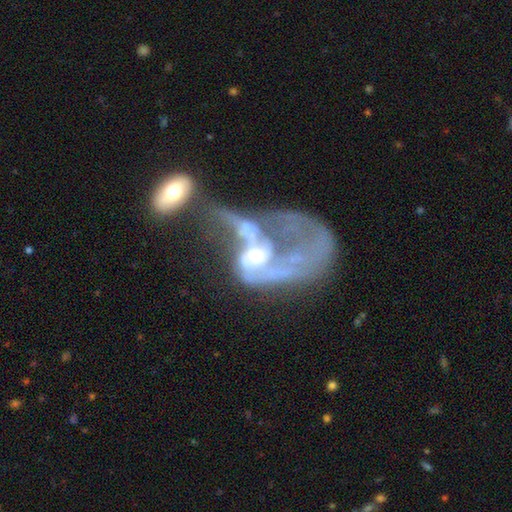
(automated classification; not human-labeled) Q: Smooth or featured?
A: featured or disk (78%); runner-up: smooth (13%)
Q: Edge-on disk?
A: no (97%); runner-up: yes (3%)
Q: Bar?
A: no (70%); runner-up: weak (23%)
Q: Spiral arms?
A: yes (62%); runner-up: no (38%)
Q: Bulge size?
A: moderate (46%); runner-up: small (39%)
Q: Merging?
A: merger (52%); runner-up: major disturbance (35%)